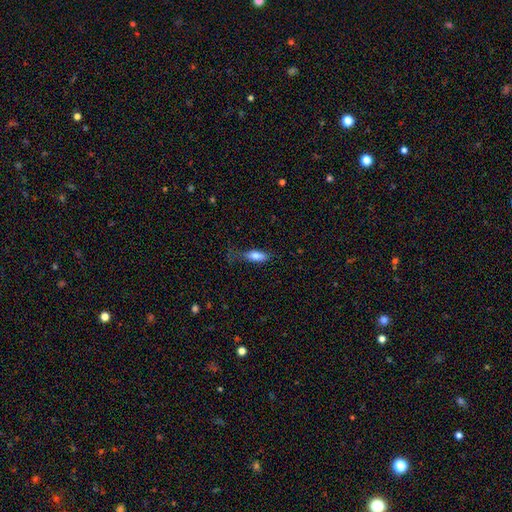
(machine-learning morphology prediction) Smooth or featured: smooth — 77% (featured or disk — 16%)
How rounded: in between — 69% (cigar-shaped — 29%)
Merging: none — 51% (minor disturbance — 30%)